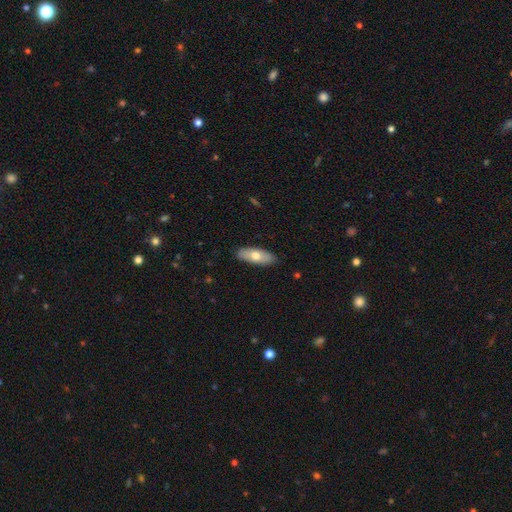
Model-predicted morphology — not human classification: Overall: smooth (67%; featured or disk 27%). How rounded: in between (76%). Merging: none (88%).